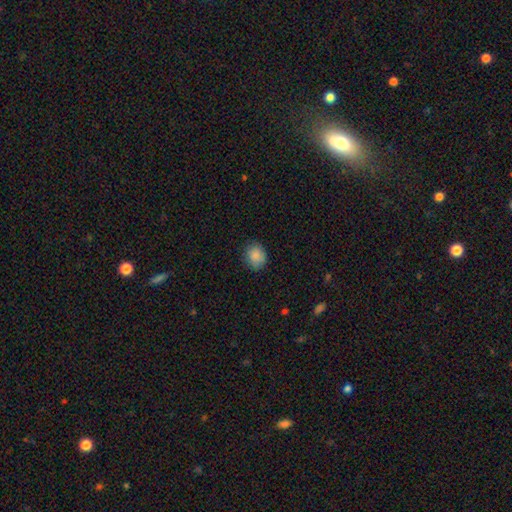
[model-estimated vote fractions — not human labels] Overall: smooth (87%). How rounded: round (59%; in between 40%). Merging: none (84%).